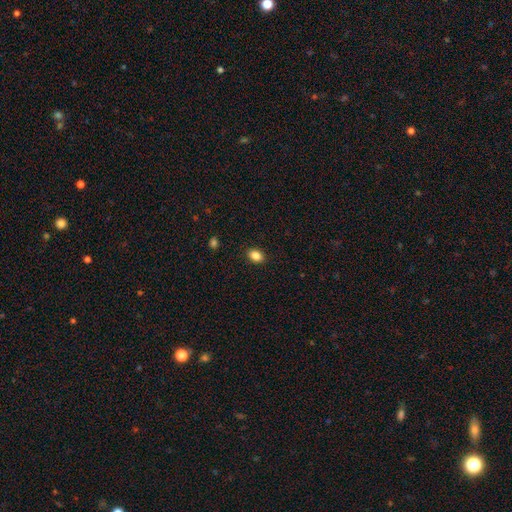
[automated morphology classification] Smooth or featured: smooth — 86% (star or artifact — 9%)
How rounded: in between — 73% (round — 26%)
Merging: none — 90% (minor disturbance — 7%)